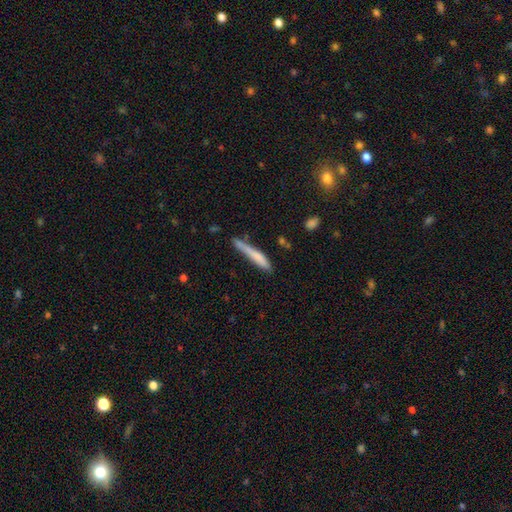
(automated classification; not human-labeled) Smooth or featured: smooth — 71% (featured or disk — 23%)
How rounded: cigar-shaped — 94% (in between — 5%)
Merging: none — 60% (minor disturbance — 24%)